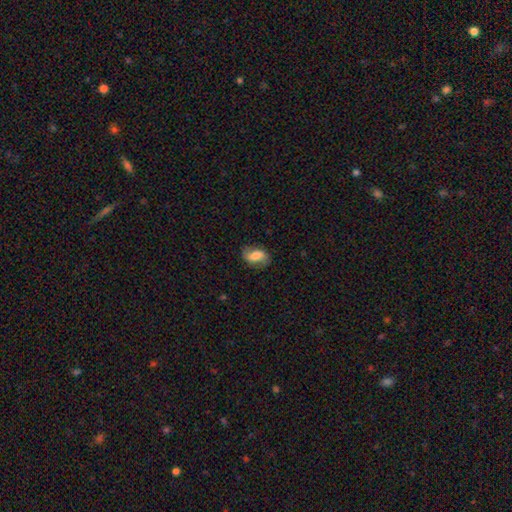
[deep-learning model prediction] smooth 53%, featured or disk 39%, star or artifact 8%. Down the decision tree: how rounded — in between (84%); merging — none (74%).